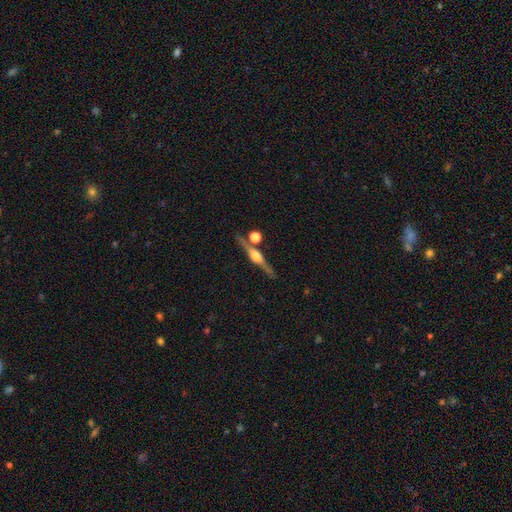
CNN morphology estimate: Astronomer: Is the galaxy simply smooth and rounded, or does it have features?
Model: featured or disk — 84%.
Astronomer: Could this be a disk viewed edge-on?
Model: yes — 98%.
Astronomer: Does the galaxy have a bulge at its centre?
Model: rounded — 91%.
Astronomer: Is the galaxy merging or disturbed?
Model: none — 82%.